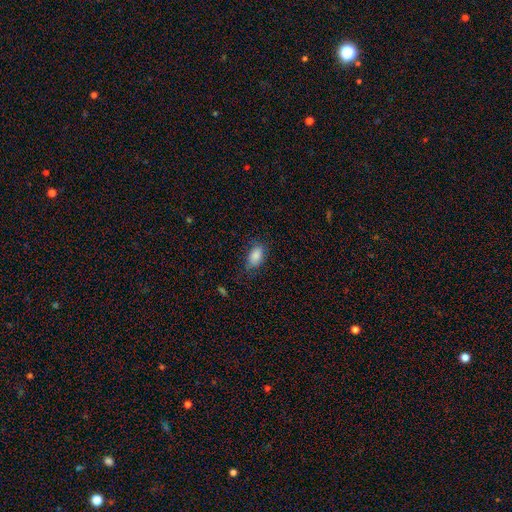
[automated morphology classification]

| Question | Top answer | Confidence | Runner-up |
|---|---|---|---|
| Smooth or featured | smooth | 86% | star or artifact (8%) |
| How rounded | in between | 90% | round (7%) |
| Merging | none | 71% | minor disturbance (22%) |